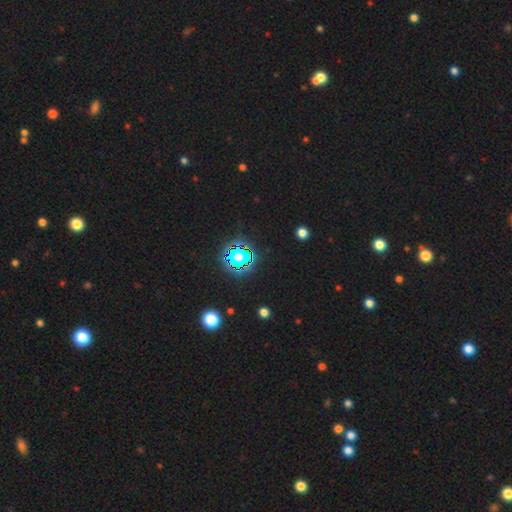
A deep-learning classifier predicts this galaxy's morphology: type=star or artifact (82%).